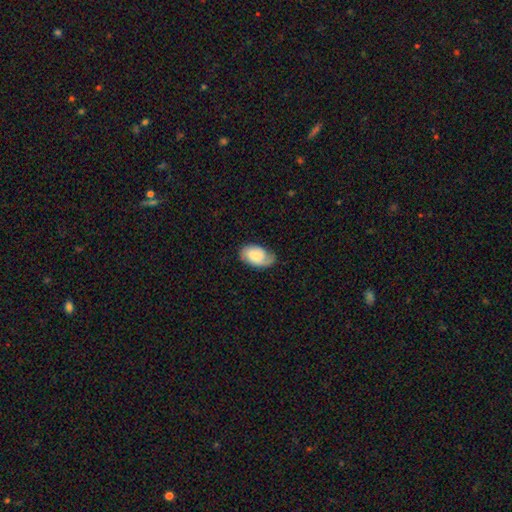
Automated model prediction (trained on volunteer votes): Smooth or featured? smooth (50%)
How rounded? in between (91%)
Merging? none (58%)